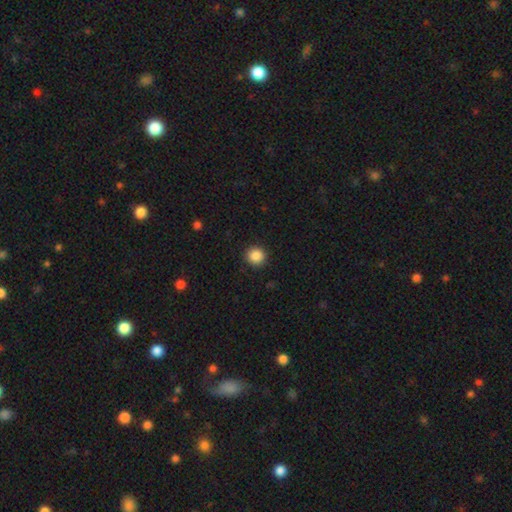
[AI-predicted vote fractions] Morphology: type=smooth (87%); roundness=round (94%); merging=none (92%).